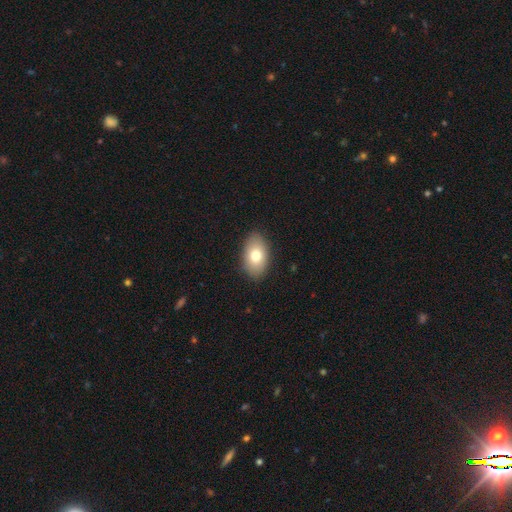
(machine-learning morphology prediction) Overall: smooth (77%). How rounded: in between (90%). Merging: none (87%).